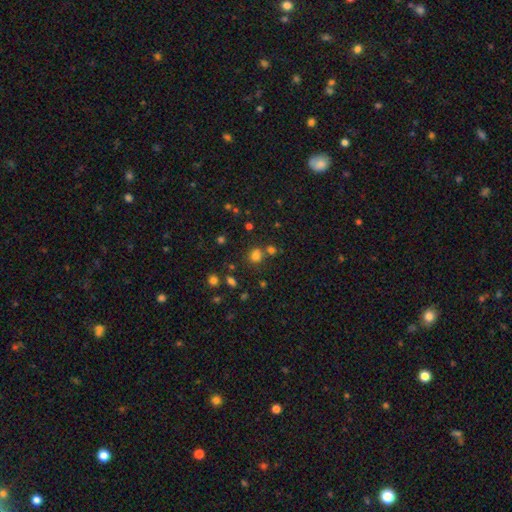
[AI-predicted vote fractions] Smooth or featured: smooth — 69% (star or artifact — 23%)
How rounded: round — 77% (in between — 22%)
Merging: none — 60% (merger — 26%)